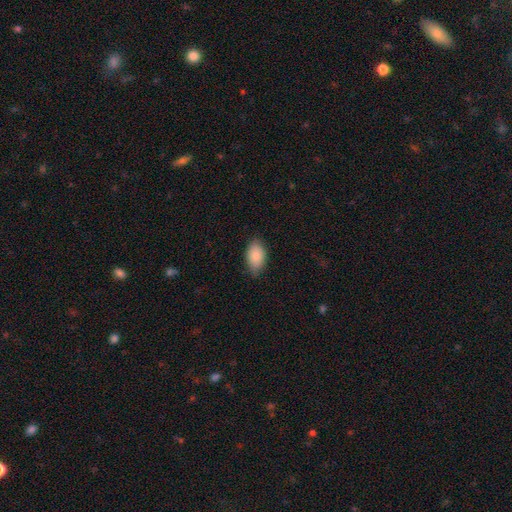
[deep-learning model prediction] smooth 87%, star or artifact 7%, featured or disk 7%. Down the decision tree: how rounded — in between (92%); merging — none (78%).